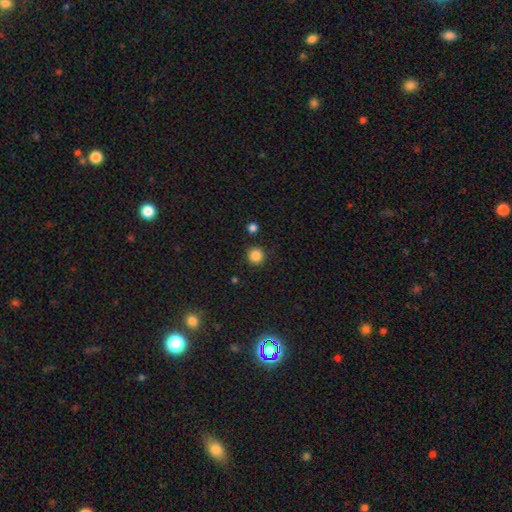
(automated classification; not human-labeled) Q: Smooth or featured?
A: smooth (86%); runner-up: star or artifact (11%)
Q: How rounded?
A: round (95%); runner-up: in between (4%)
Q: Merging?
A: none (90%); runner-up: minor disturbance (5%)